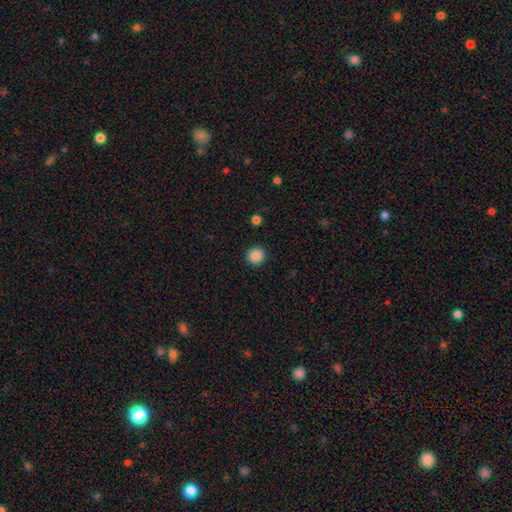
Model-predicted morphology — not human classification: Smooth or featured: smooth — 87% (star or artifact — 10%)
How rounded: round — 92% (in between — 7%)
Merging: none — 91% (minor disturbance — 6%)